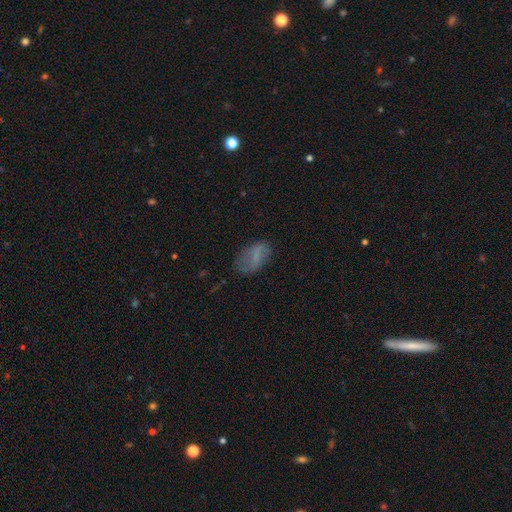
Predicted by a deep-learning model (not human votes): Q: Smooth or featured?
A: smooth (57%); runner-up: featured or disk (32%)
Q: How rounded?
A: in between (90%); runner-up: round (6%)
Q: Merging?
A: none (60%); runner-up: minor disturbance (26%)